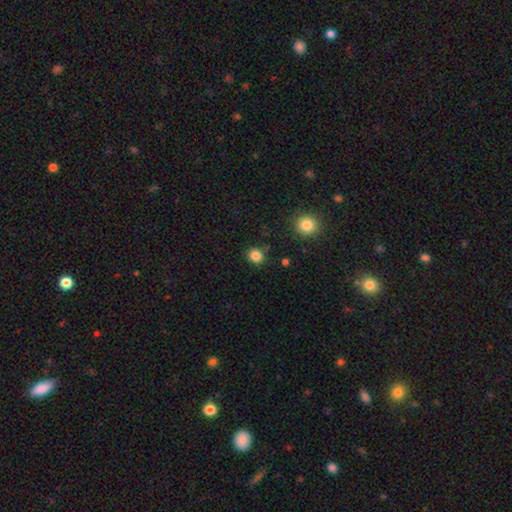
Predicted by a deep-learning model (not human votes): A smooth galaxy with no disk features (85%) that is round (80%). Merging: none (84%).